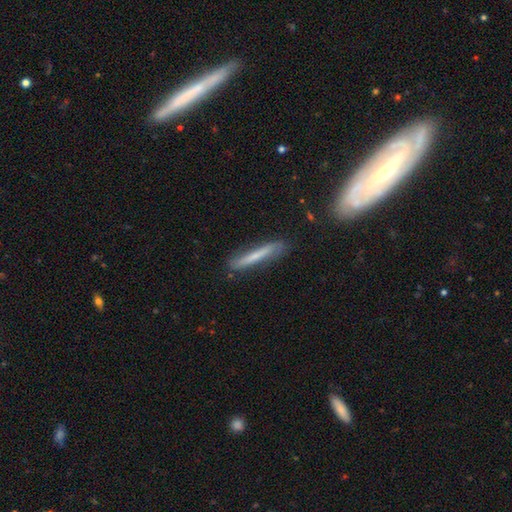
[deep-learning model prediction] smooth 57%, featured or disk 36%, star or artifact 7%. Down the decision tree: how rounded — cigar-shaped (95%); merging — none (80%).